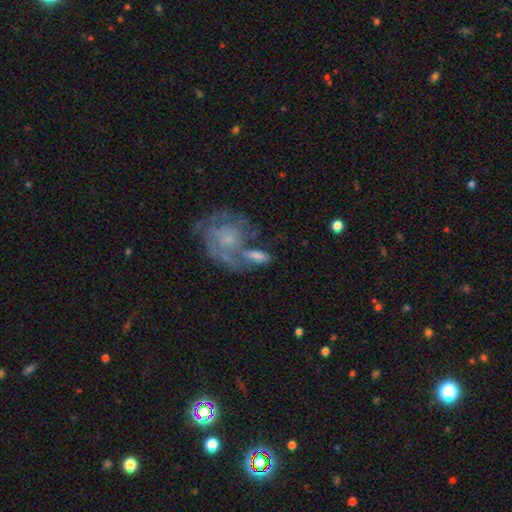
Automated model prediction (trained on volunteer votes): smooth_or_featured: featured or disk (p=0.59) [alt: smooth p=0.32]
disk_edge_on: no (p=0.94) [alt: yes p=0.06]
bar: no (p=0.75) [alt: weak p=0.20]
has_spiral_arms: yes (p=0.65) [alt: no p=0.35]
bulge_size: small (p=0.46) [alt: moderate p=0.26]
merging: none (p=0.35) [alt: merger p=0.32]